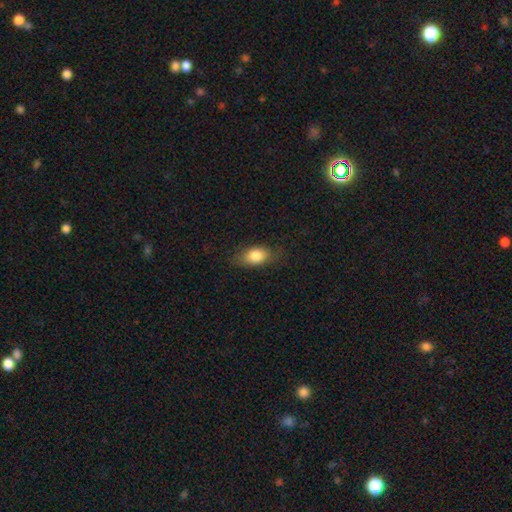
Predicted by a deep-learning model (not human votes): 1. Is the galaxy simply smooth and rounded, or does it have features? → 80% smooth, 12% featured or disk, 8% star or artifact.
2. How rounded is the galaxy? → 82% in between, 11% round, 7% cigar-shaped.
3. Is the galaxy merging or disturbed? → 77% none, 17% minor disturbance, 5% major disturbance, 1% merger.